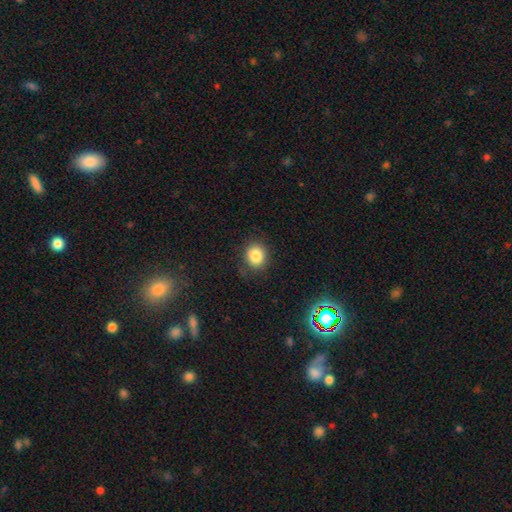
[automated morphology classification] Q: Smooth or featured?
A: smooth (84%); runner-up: star or artifact (11%)
Q: How rounded?
A: round (72%); runner-up: in between (27%)
Q: Merging?
A: none (81%); runner-up: minor disturbance (13%)